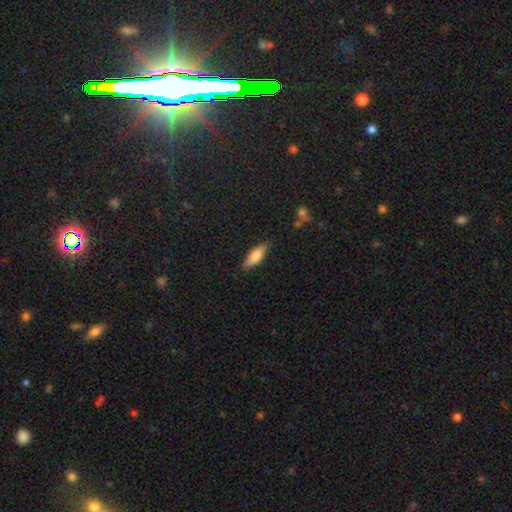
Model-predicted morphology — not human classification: Smooth or featured? Predicted: smooth (p=0.74). How rounded? Predicted: in between (p=0.55). Merging? Predicted: none (p=0.83).